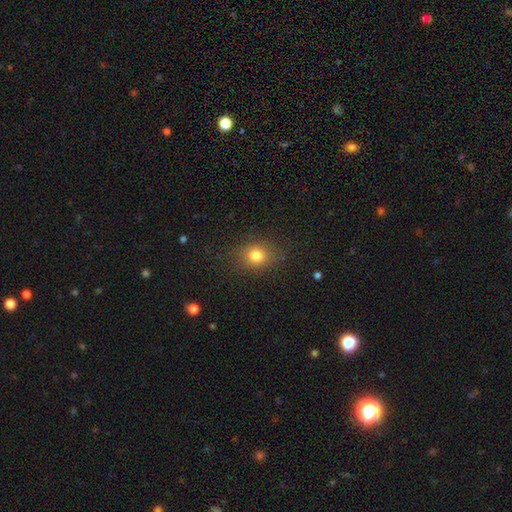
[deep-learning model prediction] smooth_or_featured: smooth (p=0.79) [alt: star or artifact p=0.13]
how_rounded: round (p=0.58) [alt: in between p=0.41]
merging: none (p=0.83) [alt: minor disturbance p=0.11]